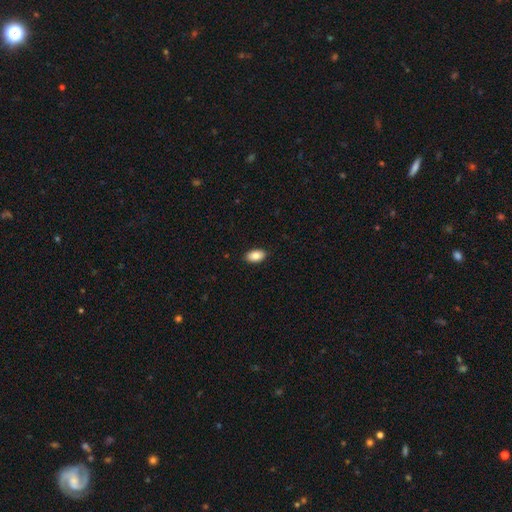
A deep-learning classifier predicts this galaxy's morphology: This appears to be a smooth galaxy with no disk features (86%) that is in between round and cigar-shaped (93%). Merging: none (90%).